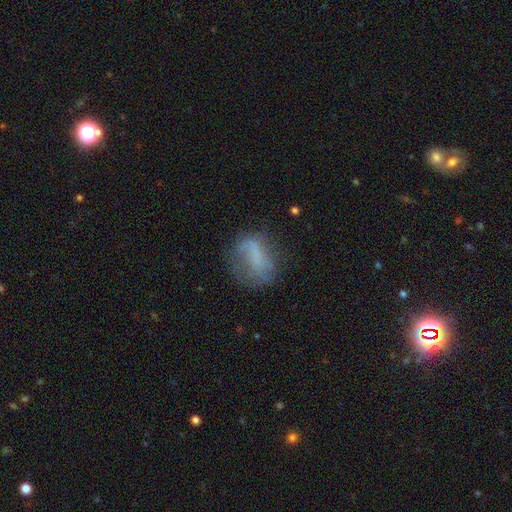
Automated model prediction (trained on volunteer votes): Morphology: type=smooth (54%); roundness=in between (62%); merging=none (45%).